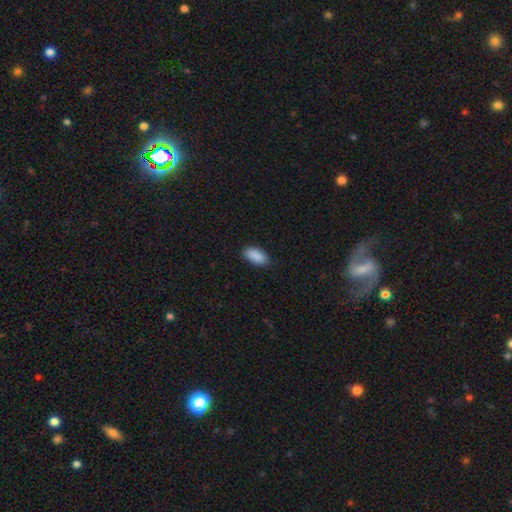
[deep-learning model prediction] smooth-or-featured: smooth: 90% | star or artifact: 6% | featured or disk: 3%
  how-rounded: in between: 93% | cigar-shaped: 4% | round: 2%
  merging: none: 86% | minor disturbance: 11% | major disturbance: 2% | merger: 1%